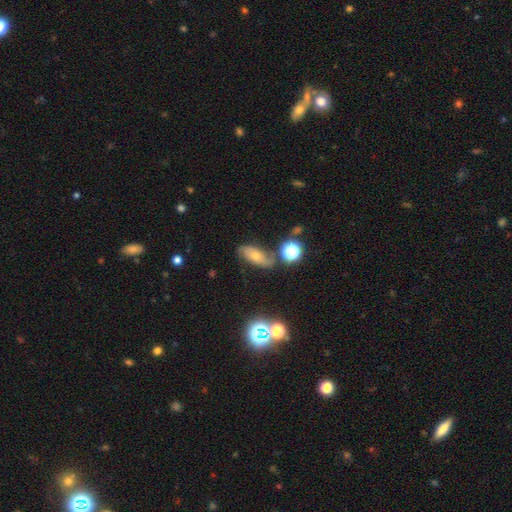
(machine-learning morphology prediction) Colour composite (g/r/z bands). It shows a featured or disk galaxy (45%). Merging: none (63%).